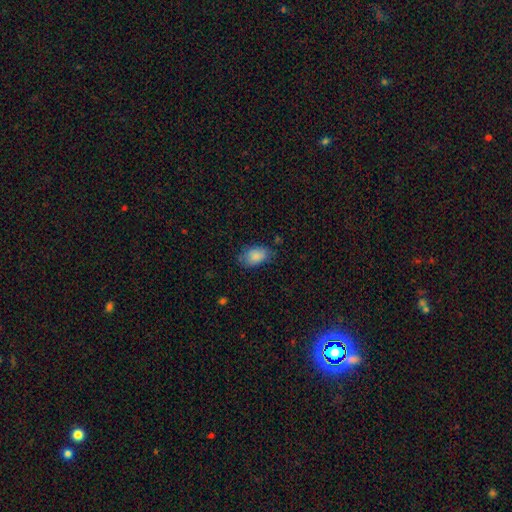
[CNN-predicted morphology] The model was most divided on "merging": none: 67%, minor disturbance: 25%, major disturbance: 6%, merger: 2%. More confident: how rounded — in between (90%); smooth or featured — smooth (85%).